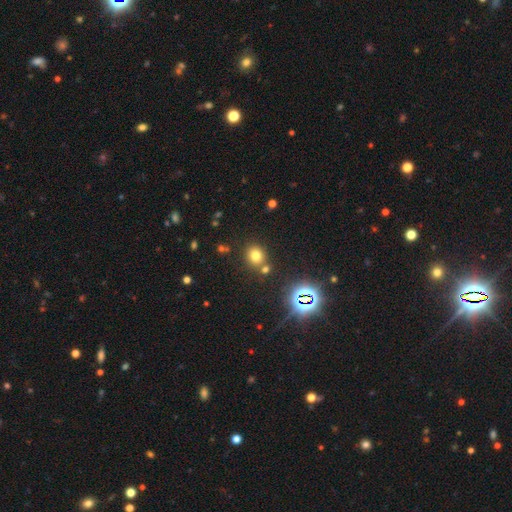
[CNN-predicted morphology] A smooth galaxy with no disk features (71%) that is round (80%).

Vote fractions:
- Smooth or featured? smooth: 71% / star or artifact: 21% / featured or disk: 8%
- How rounded? round: 80% / in between: 19% / cigar-shaped: 1%
- Merging? none: 74% / merger: 14% / minor disturbance: 9% / major disturbance: 3%